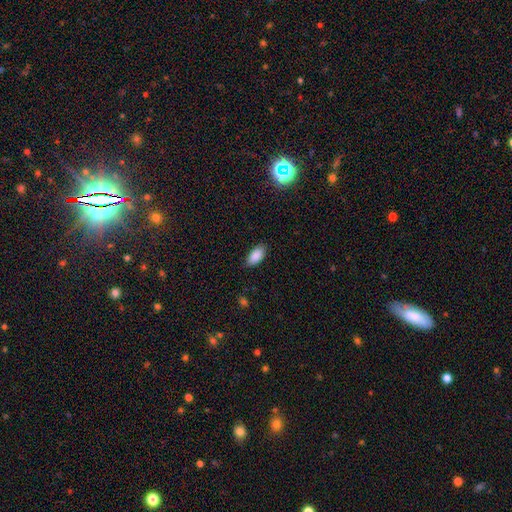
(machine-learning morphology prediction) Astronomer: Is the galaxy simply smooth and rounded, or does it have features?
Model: smooth — 89%.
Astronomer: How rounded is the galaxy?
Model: in between — 93%.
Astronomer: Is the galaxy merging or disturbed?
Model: none — 84%.